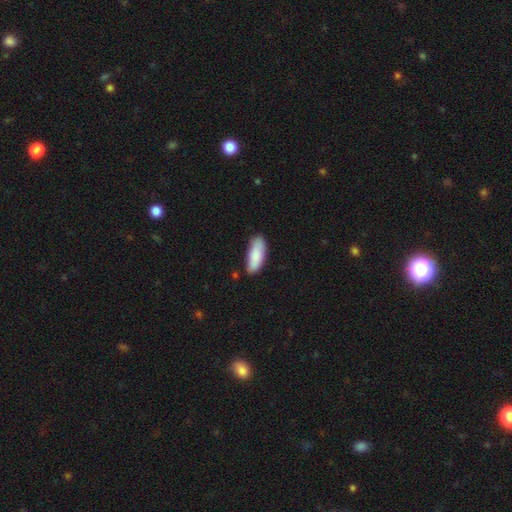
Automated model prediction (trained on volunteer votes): Smooth or featured: smooth — 85% (featured or disk — 9%)
How rounded: in between — 72% (cigar-shaped — 26%)
Merging: none — 76% (minor disturbance — 18%)